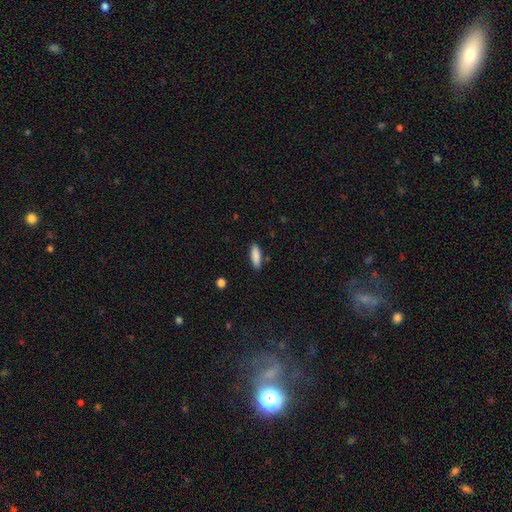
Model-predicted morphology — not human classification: A smooth galaxy with no disk features (87%) that is in between round and cigar-shaped (49%, tied with cigar-shaped). Merging: none (87%).